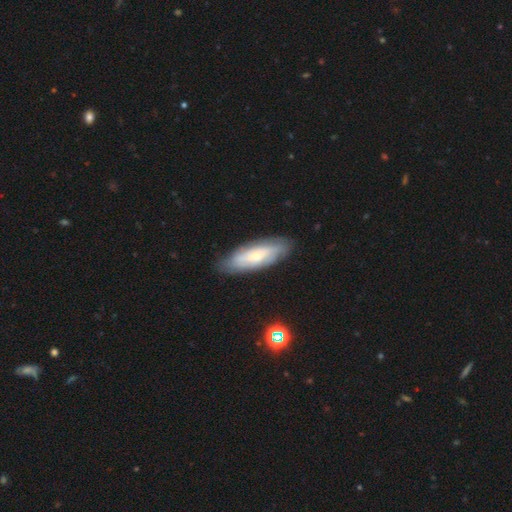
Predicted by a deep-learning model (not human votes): featured or disk 50%, smooth 43%, star or artifact 7%. Down the decision tree: edge-on disk — no (74%); merging — none (82%).